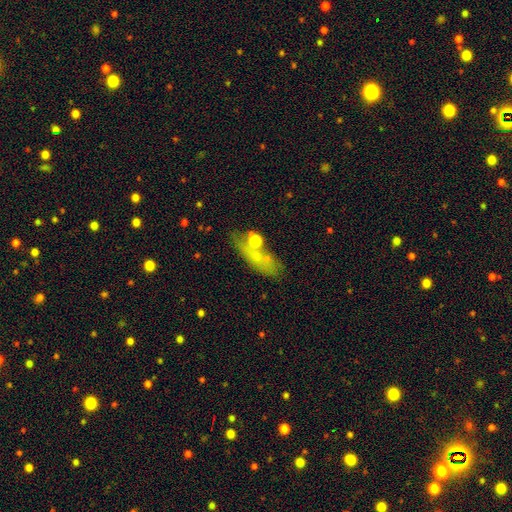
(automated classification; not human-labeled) Overall: smooth (55%; featured or disk 31%). How rounded: in between (57%; cigar-shaped 31%). Merging: none (53%; minor disturbance 19%).